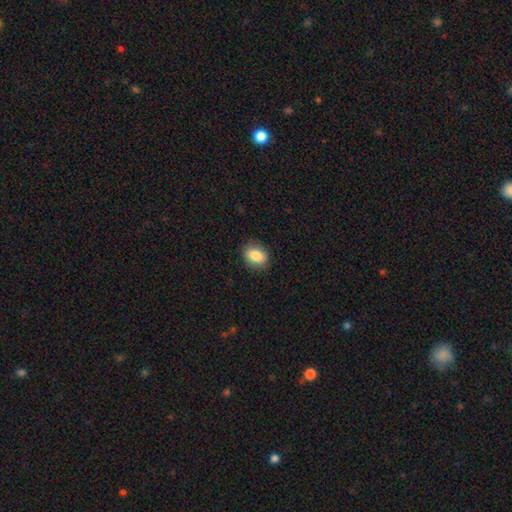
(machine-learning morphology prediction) This is clearly a smooth galaxy (85%). How rounded: likely in between (65%). Merging: clearly none (87%).